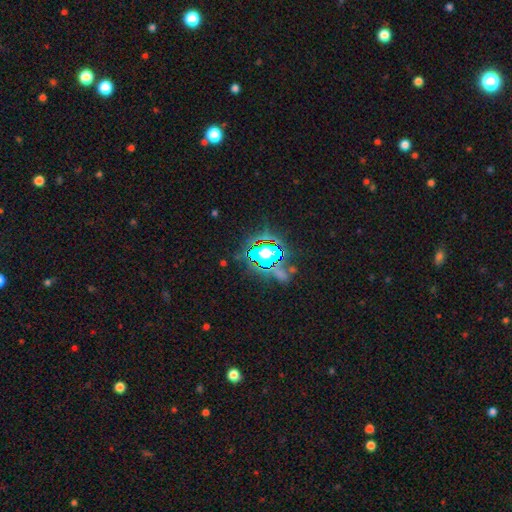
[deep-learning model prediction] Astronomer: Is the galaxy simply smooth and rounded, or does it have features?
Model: star or artifact — 82%.